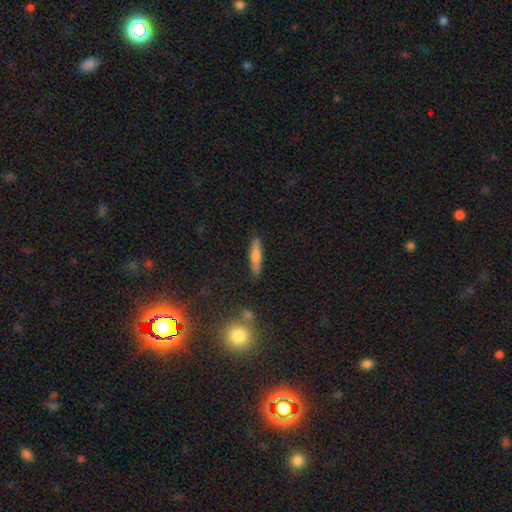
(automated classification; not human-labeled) Smooth or featured? Predicted: smooth (p=0.61). How rounded? Predicted: cigar-shaped (p=0.87). Merging? Predicted: none (p=0.87).